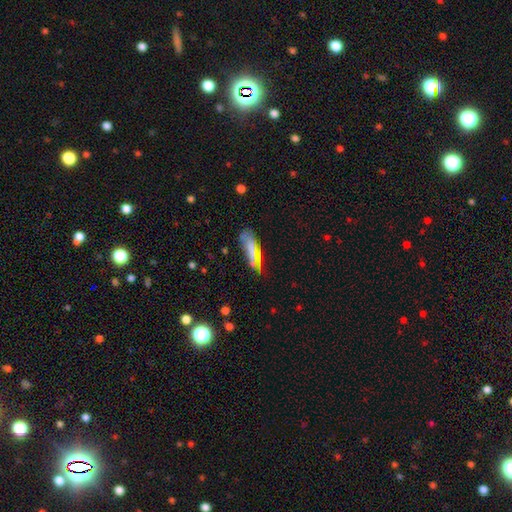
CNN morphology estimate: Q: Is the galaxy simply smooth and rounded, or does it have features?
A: smooth — 55%.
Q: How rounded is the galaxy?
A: cigar-shaped — 64%.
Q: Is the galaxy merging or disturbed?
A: none — 64%.